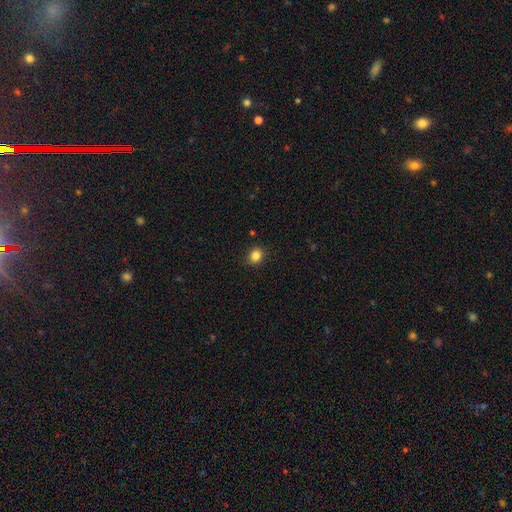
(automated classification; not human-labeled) Smooth or featured: smooth — 84% (star or artifact — 11%)
How rounded: round — 71% (in between — 28%)
Merging: none — 89% (minor disturbance — 8%)